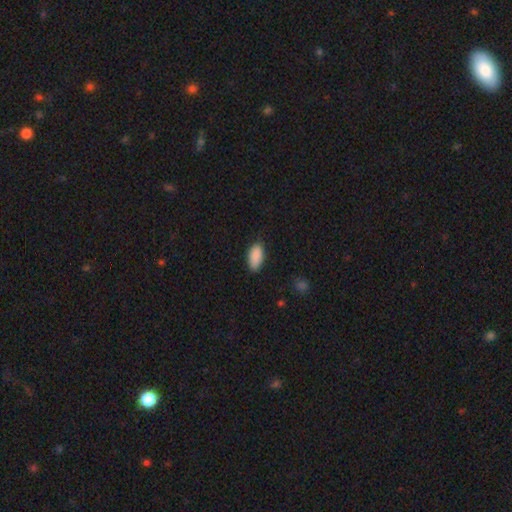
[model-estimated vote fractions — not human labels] Morphology: type=smooth (90%); roundness=in between (93%); merging=none (82%).